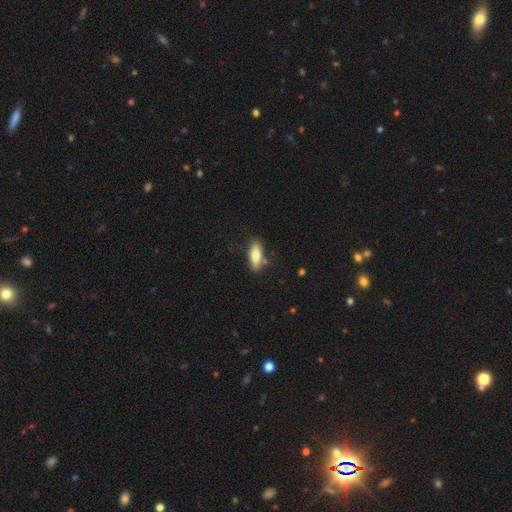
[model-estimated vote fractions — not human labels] smooth_or_featured: smooth (p=0.77) [alt: featured or disk p=0.16]
how_rounded: in between (p=0.65) [alt: cigar-shaped p=0.33]
merging: none (p=0.80) [alt: minor disturbance p=0.14]